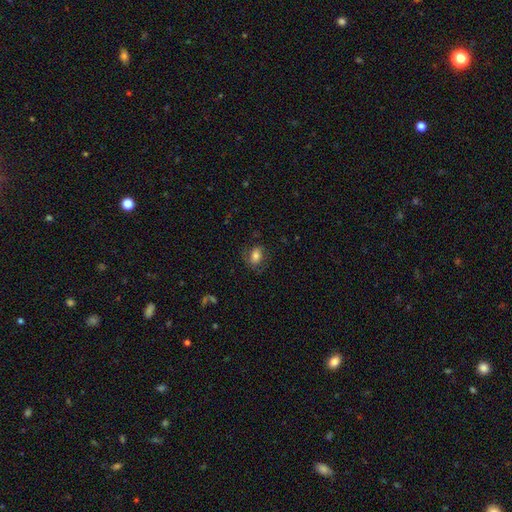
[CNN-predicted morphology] A smooth galaxy with no disk features (67%) that is in between round and cigar-shaped (72%). Merging: none (70%).